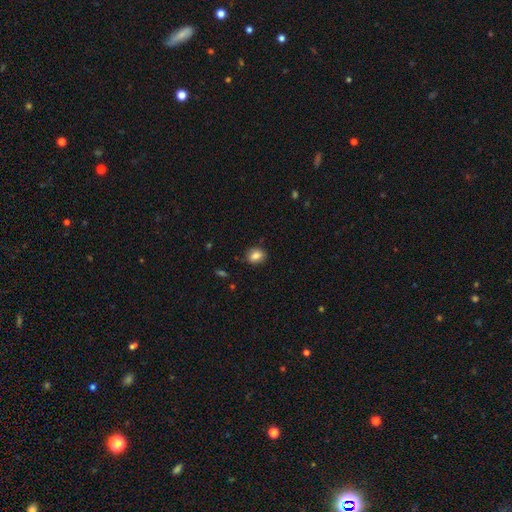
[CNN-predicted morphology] Smooth or featured?
  - smooth: 83% *
  - star or artifact: 9%
  - featured or disk: 8%
How rounded?
  - round: 52% *
  - in between: 47%
  - cigar-shaped: 1%
Merging?
  - none: 86% *
  - minor disturbance: 10%
  - major disturbance: 2%
  - merger: 1%